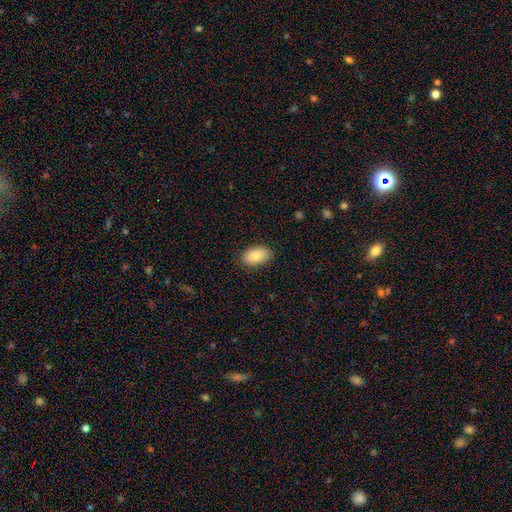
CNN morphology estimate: Smooth or featured? Predicted: smooth (p=0.85). How rounded? Predicted: in between (p=0.93). Merging? Predicted: none (p=0.85).